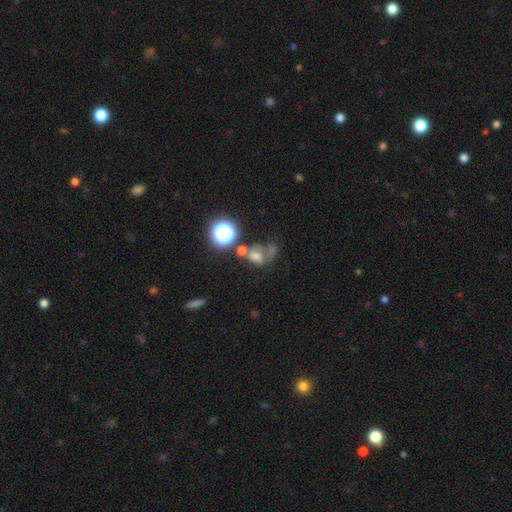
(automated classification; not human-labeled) This appears to be a smooth galaxy with no disk features (55%) that is in between round and cigar-shaped (52%). Merging: none (32%).